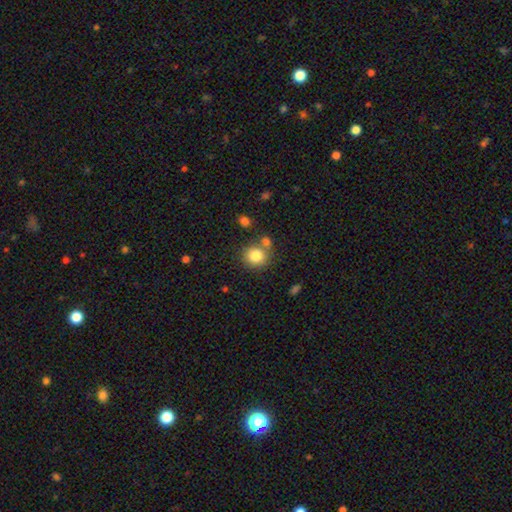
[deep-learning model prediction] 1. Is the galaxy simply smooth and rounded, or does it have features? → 82% smooth, 10% star or artifact, 8% featured or disk.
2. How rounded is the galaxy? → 85% round, 14% in between, 1% cigar-shaped.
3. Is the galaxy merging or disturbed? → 69% none, 18% merger, 10% minor disturbance, 3% major disturbance.